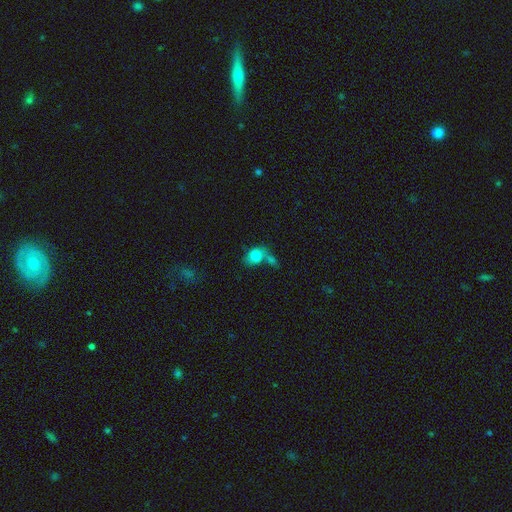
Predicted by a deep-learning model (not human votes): A smooth galaxy with no disk features (80%) that is in between round and cigar-shaped (60%). Merging: merger (41%).